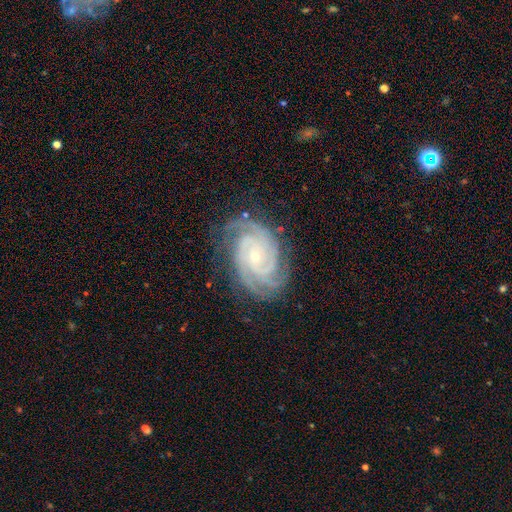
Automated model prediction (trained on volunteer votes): smooth_or_featured: featured or disk (p=0.92) [alt: star or artifact p=0.05]
disk_edge_on: no (p=0.97) [alt: yes p=0.03]
bar: no (p=0.70) [alt: weak p=0.22]
has_spiral_arms: yes (p=0.99) [alt: no p=0.01]
spiral_winding: tight (p=0.76) [alt: medium p=0.21]
spiral_arm_count: 4 (p=0.32) [alt: 3 p=0.31]
bulge_size: small (p=0.78) [alt: moderate p=0.19]
merging: none (p=0.79) [alt: minor disturbance p=0.15]